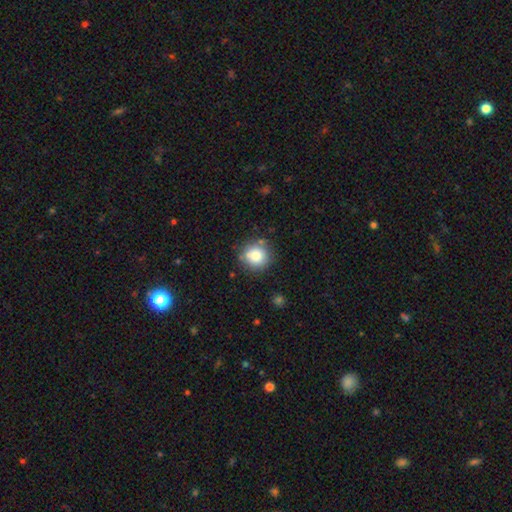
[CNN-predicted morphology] smooth 81%, star or artifact 10%, featured or disk 8%. Down the decision tree: how rounded — round (90%); merging — none (79%).